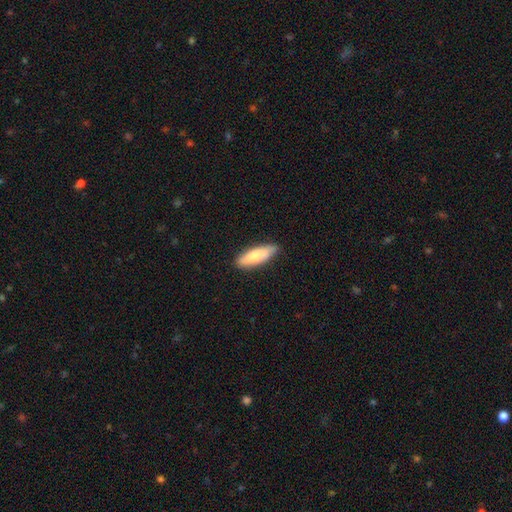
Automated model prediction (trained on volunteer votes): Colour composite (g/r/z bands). It shows a smooth galaxy with no disk features (78%) that is cigar-shaped (51%). Merging: none (84%).